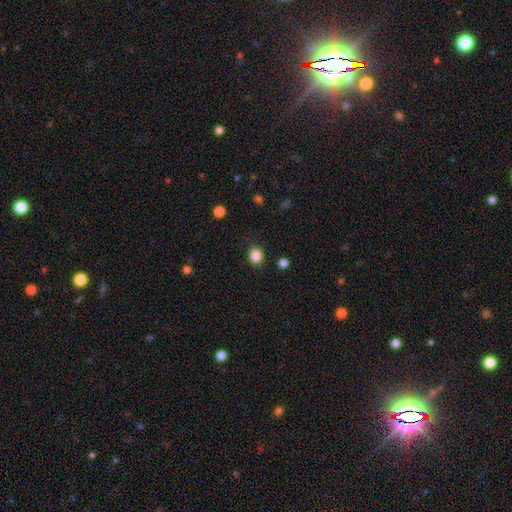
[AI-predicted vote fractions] A smooth galaxy with no disk features (86%) that is round (77%). Merging: none (87%).